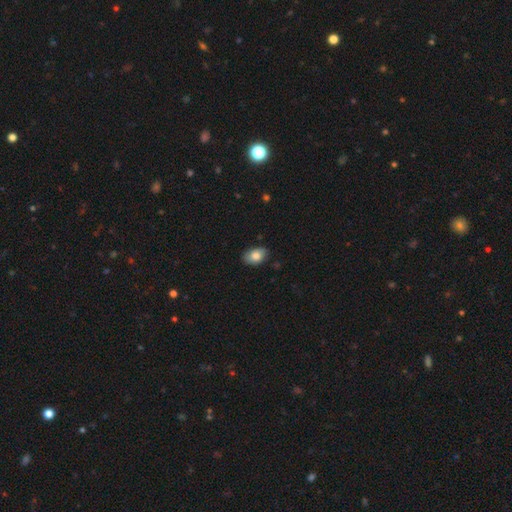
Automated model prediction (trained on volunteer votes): smooth_or_featured: smooth (p=0.82) [alt: featured or disk p=0.11]
how_rounded: in between (p=0.87) [alt: round p=0.12]
merging: none (p=0.82) [alt: minor disturbance p=0.15]